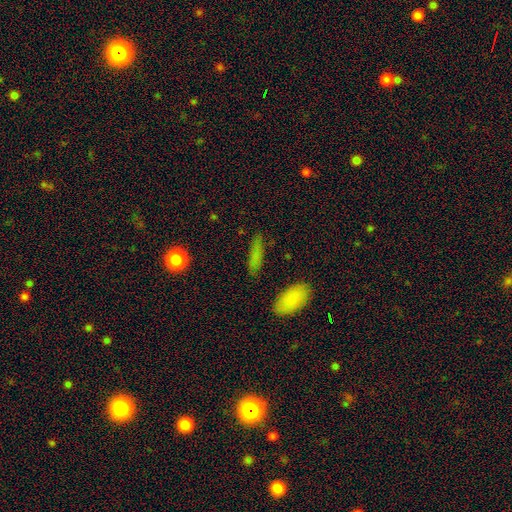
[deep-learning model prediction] Morphology: type=smooth (75%); roundness=cigar-shaped (65%); merging=none (84%).